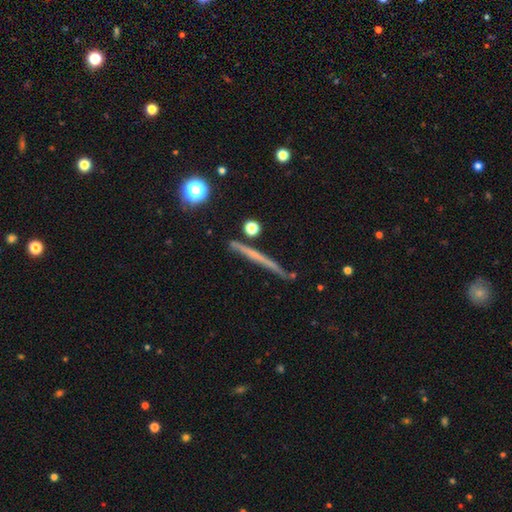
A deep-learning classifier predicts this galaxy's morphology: Overall: featured or disk (54%; smooth 38%). Edge-on disk: yes (96%). Edge-on bulge: none (85%). Merging: none (85%).